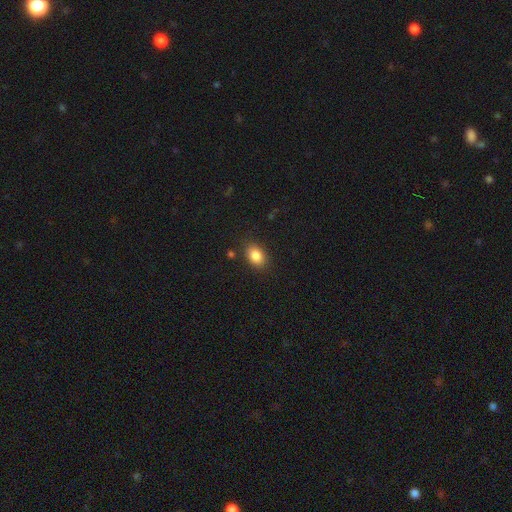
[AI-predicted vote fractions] Morphology: type=smooth (85%); roundness=in between (80%); merging=none (85%).